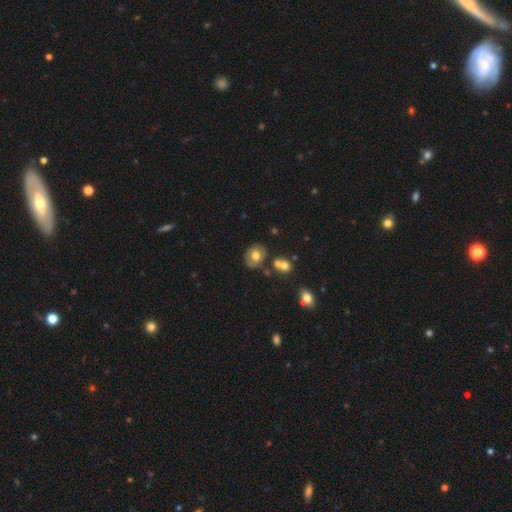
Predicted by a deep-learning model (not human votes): Smooth or featured: smooth — 68% (featured or disk — 22%)
How rounded: round — 50% (in between — 49%)
Merging: none — 69% (minor disturbance — 15%)